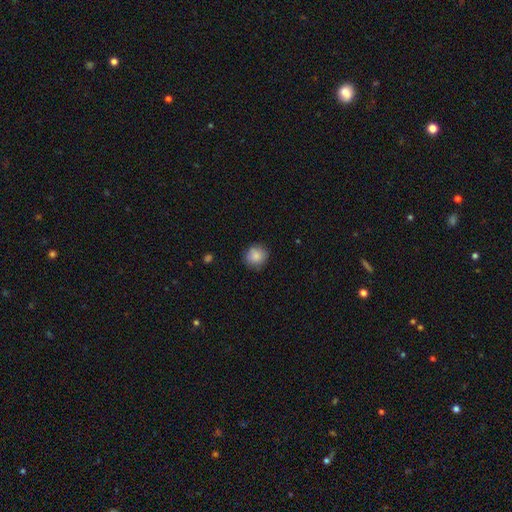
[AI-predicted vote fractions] A smooth galaxy with no disk features (87%) that is round (88%).

Vote fractions:
- Smooth or featured? smooth: 87% / star or artifact: 8% / featured or disk: 5%
- How rounded? round: 88% / in between: 11% / cigar-shaped: 1%
- Merging? none: 85% / minor disturbance: 12% / major disturbance: 2% / merger: 1%